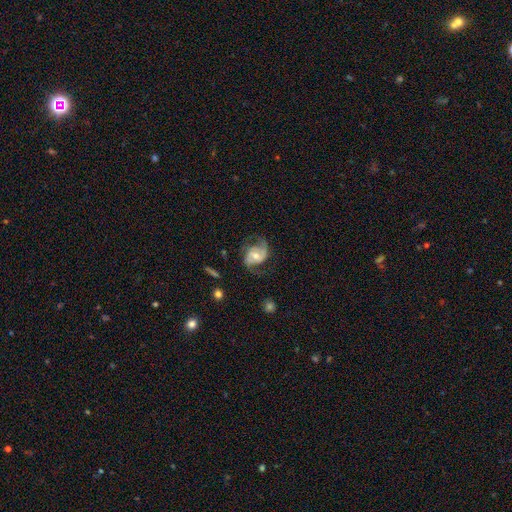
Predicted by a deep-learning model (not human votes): The model was most divided on "bar": weak: 45%, no: 37%, strong: 18%. Remaining: edge-on disk — no (98%); spiral arms — yes (96%); spiral arm count — 2 (90%); smooth or featured — featured or disk (85%); merging — none (69%); bulge size — moderate (60%); spiral winding — medium (50%).